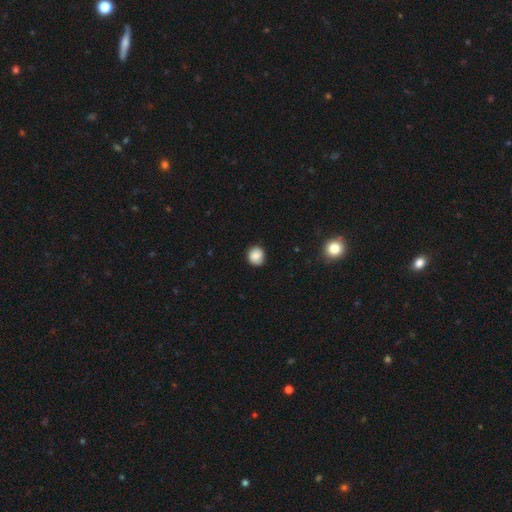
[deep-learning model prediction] The model was most divided on "how rounded": round: 85%, in between: 14%, cigar-shaped: 1%. More confident: smooth or featured — smooth (86%); merging — none (85%).